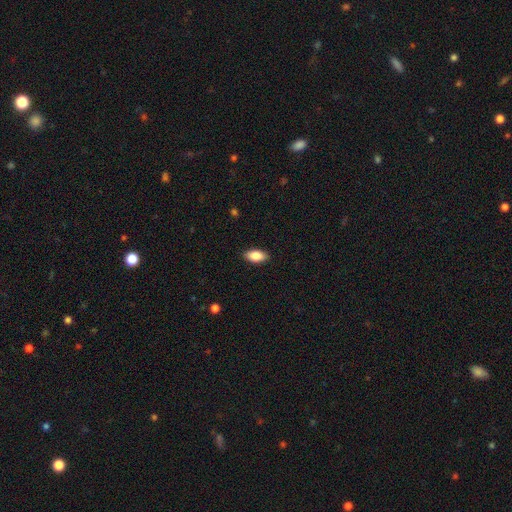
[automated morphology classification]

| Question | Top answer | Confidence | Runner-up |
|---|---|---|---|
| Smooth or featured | smooth | 87% | star or artifact (7%) |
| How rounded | in between | 92% | cigar-shaped (5%) |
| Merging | none | 89% | minor disturbance (8%) |